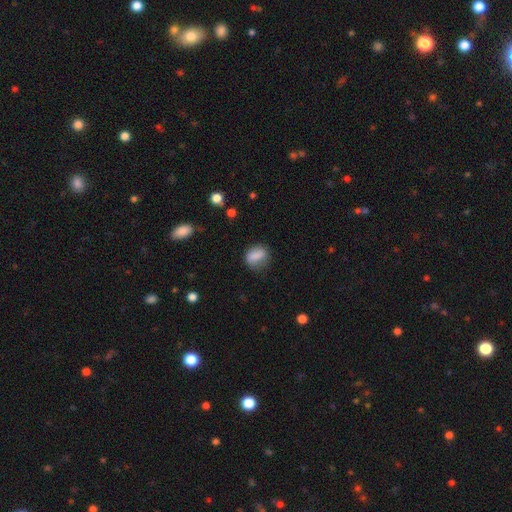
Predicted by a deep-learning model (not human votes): This appears to be a smooth galaxy with no disk features (81%) that is in between round and cigar-shaped (60%). Merging: none (70%).